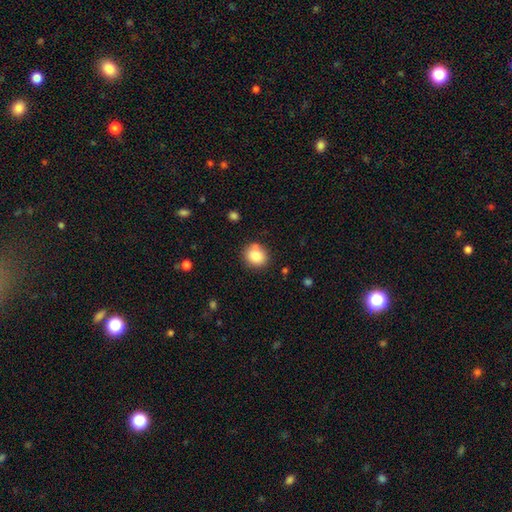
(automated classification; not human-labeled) Morphology: type=smooth (83%); roundness=round (78%); merging=none (77%).